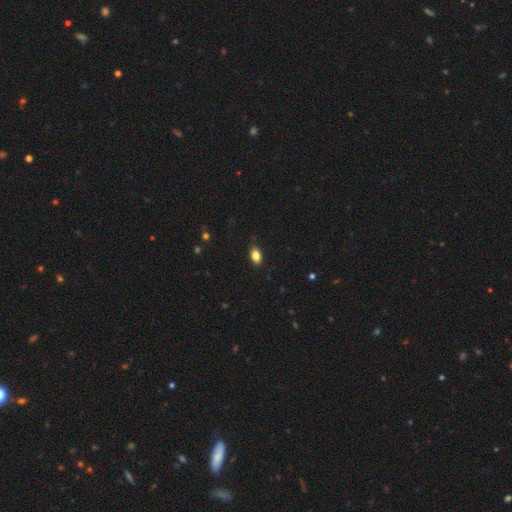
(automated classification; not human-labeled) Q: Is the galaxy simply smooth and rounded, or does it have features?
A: smooth — 84%.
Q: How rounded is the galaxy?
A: in between — 85%.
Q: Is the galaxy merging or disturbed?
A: none — 83%.